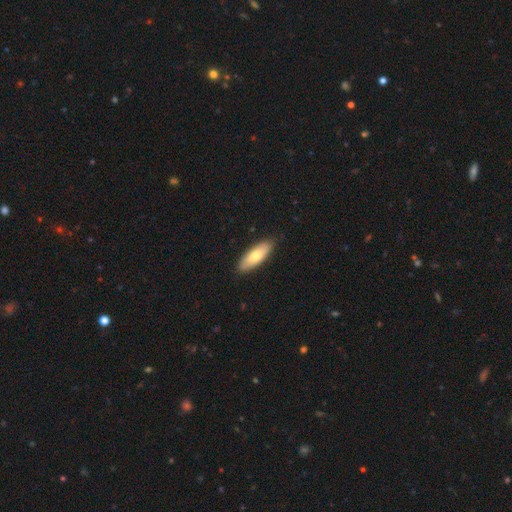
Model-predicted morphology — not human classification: This is likely a smooth galaxy (73%). How rounded: likely in between (65%). Merging: clearly none (88%).